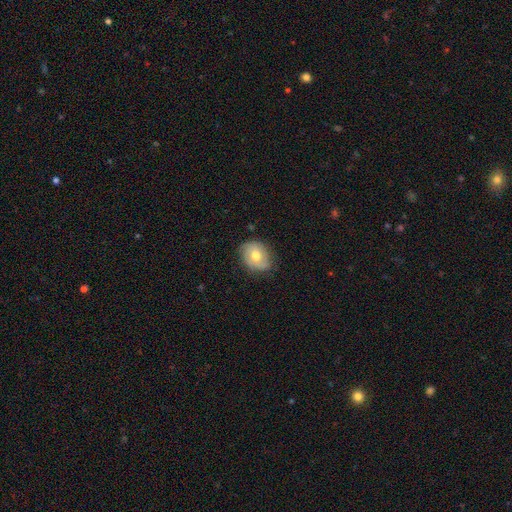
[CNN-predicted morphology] smooth_or_featured: featured or disk (p=0.48) [alt: smooth p=0.44]
merging: none (p=0.75) [alt: minor disturbance p=0.20]